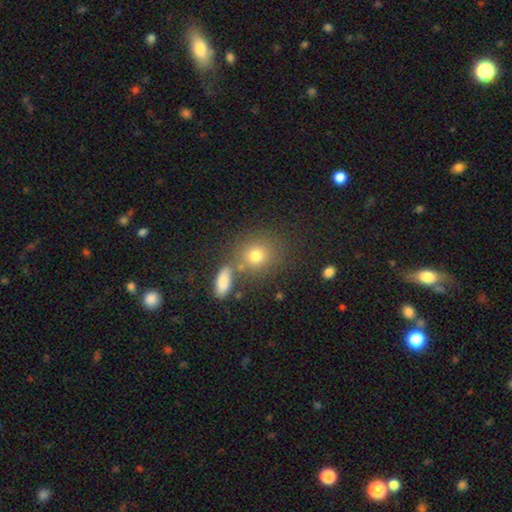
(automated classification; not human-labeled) smooth_or_featured: smooth (p=0.75) [alt: star or artifact p=0.14]
how_rounded: round (p=0.78) [alt: in between p=0.20]
merging: none (p=0.64) [alt: merger p=0.19]